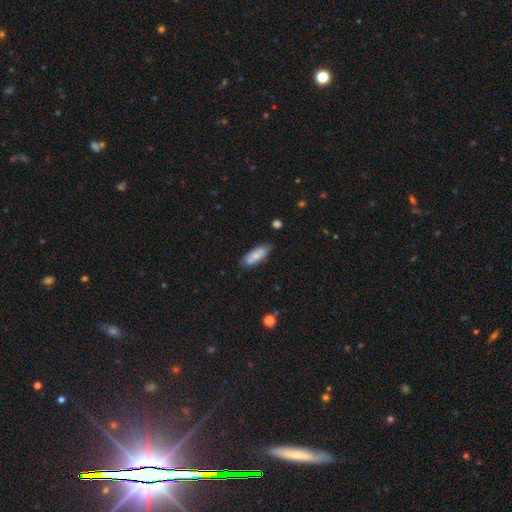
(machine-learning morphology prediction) The model was most divided on "how rounded": in between: 72%, cigar-shaped: 26%, round: 2%. More confident: smooth or featured — smooth (71%); merging — none (70%).